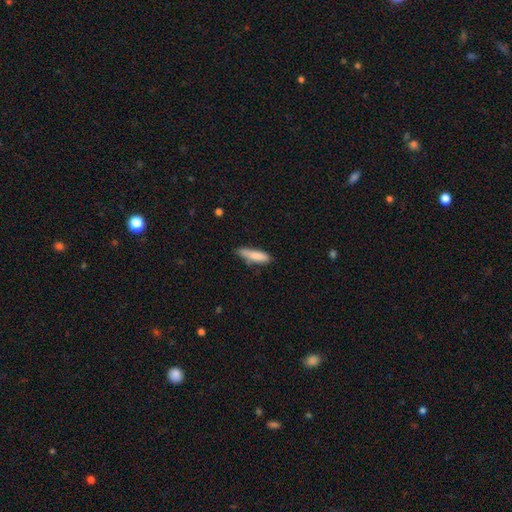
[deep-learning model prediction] This is clearly a smooth galaxy (83%). How rounded: likely cigar-shaped (68%). Merging: likely none (64%).